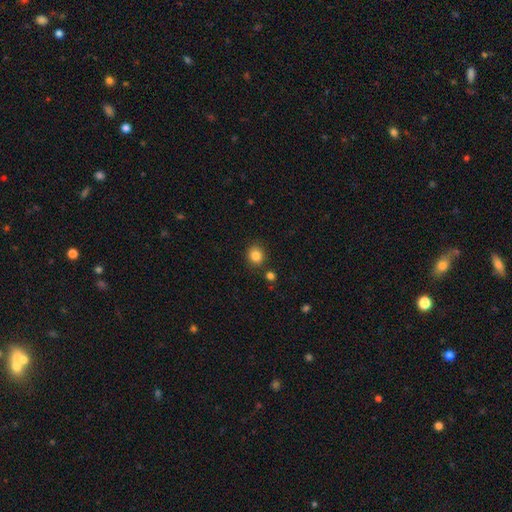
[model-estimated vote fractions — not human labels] Q: Smooth or featured?
A: smooth (84%); runner-up: star or artifact (11%)
Q: How rounded?
A: round (80%); runner-up: in between (19%)
Q: Merging?
A: none (84%); runner-up: minor disturbance (9%)